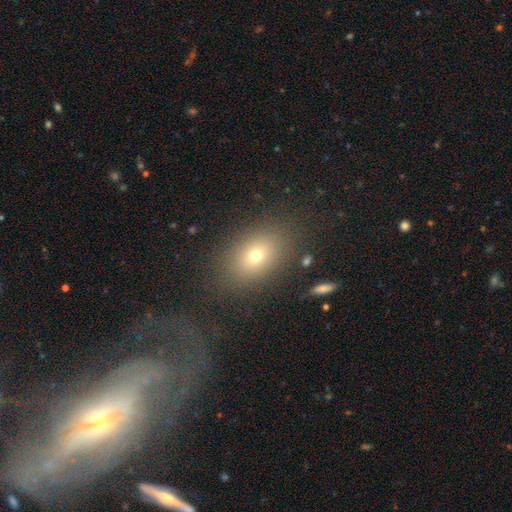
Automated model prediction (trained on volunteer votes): A smooth galaxy with no disk features (68%) that is in between round and cigar-shaped (75%).

Vote fractions:
- Smooth or featured? smooth: 68% / featured or disk: 16% / star or artifact: 16%
- How rounded? in between: 75% / round: 24% / cigar-shaped: 2%
- Merging? none: 81% / minor disturbance: 10% / major disturbance: 6% / merger: 3%